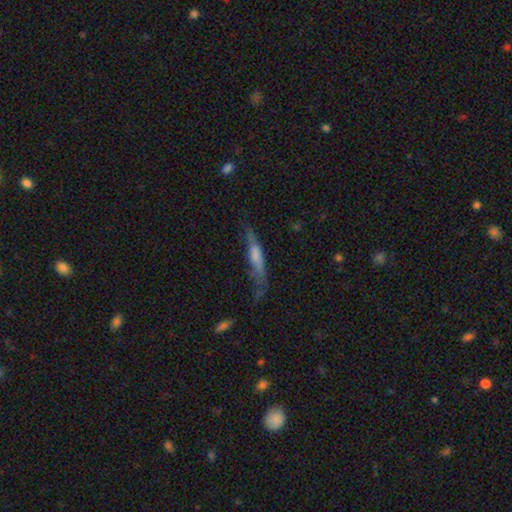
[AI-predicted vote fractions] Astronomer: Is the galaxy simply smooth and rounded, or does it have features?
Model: smooth — 52% (runner-up: featured or disk, 41%).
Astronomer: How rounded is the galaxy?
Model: cigar-shaped — 85%.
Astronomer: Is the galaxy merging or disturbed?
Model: none — 48% (runner-up: minor disturbance, 29%).